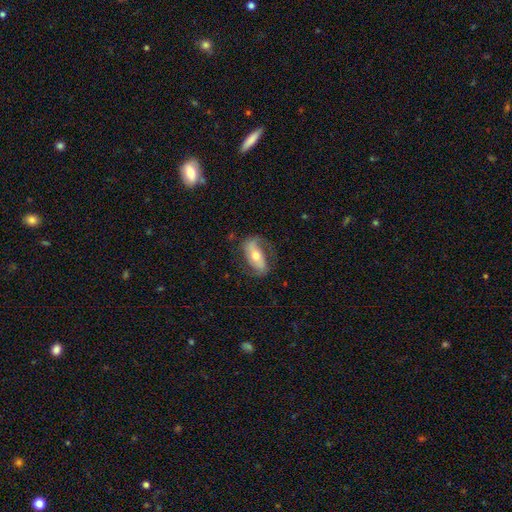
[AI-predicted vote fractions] This is likely a featured or disk galaxy (71%). It is clearly not viewed edge-on (91%). Bar: marginally strong (39%). Spiral arm pattern: clearly yes (87%). Spiral arm count: clearly 2 (82%). Spiral winding: marginally loose (40%, tied with medium). Central bulge: likely moderate (66%). Merging: likely none (69%).